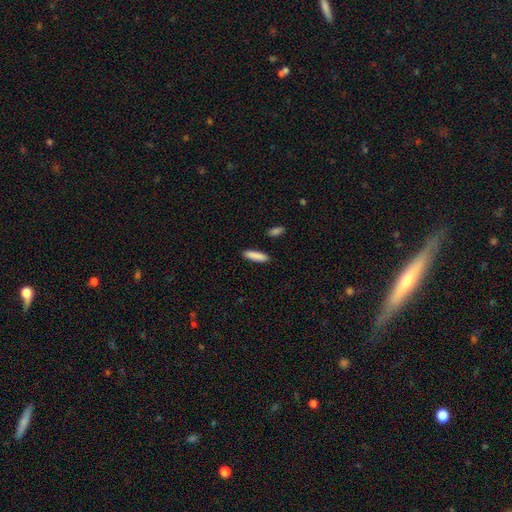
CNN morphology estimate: This is clearly a smooth galaxy (88%). How rounded: likely cigar-shaped (72%). Merging: clearly none (89%).